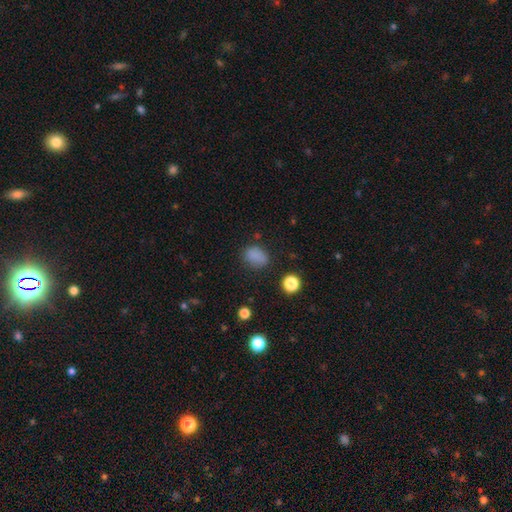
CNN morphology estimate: A smooth galaxy with no disk features (81%) that is in between round and cigar-shaped (68%).

Vote fractions:
- Smooth or featured? smooth: 81% / star or artifact: 14% / featured or disk: 5%
- How rounded? in between: 68% / round: 31% / cigar-shaped: 1%
- Merging? none: 73% / minor disturbance: 18% / major disturbance: 6% / merger: 2%